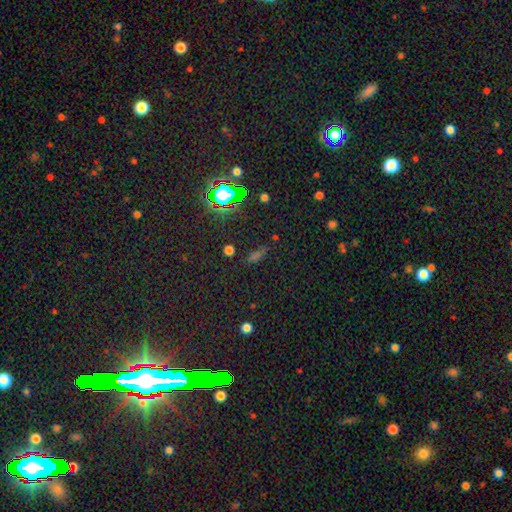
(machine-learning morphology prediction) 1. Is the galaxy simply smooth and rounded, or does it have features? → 52% star or artifact, 35% smooth, 12% featured or disk.